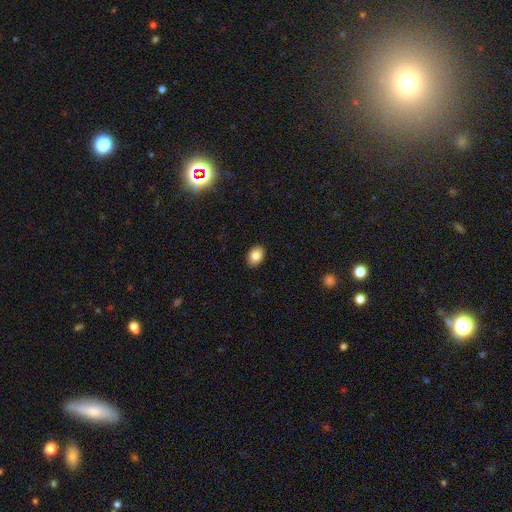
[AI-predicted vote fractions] Smooth or featured: smooth — 85% (star or artifact — 8%)
How rounded: in between — 74% (round — 25%)
Merging: none — 90% (minor disturbance — 7%)